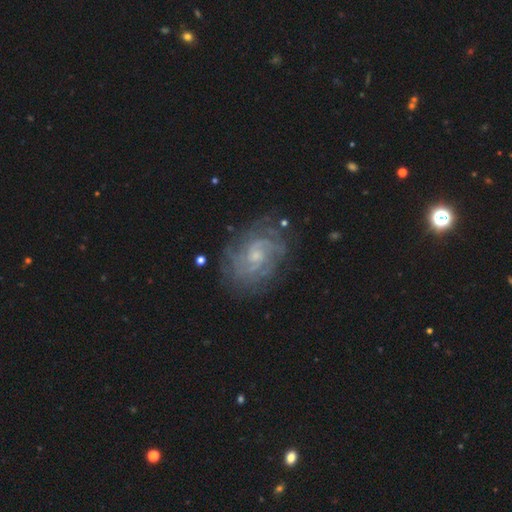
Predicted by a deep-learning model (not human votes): featured or disk 83%, smooth 9%, star or artifact 7%. Down the decision tree: edge-on disk — no (97%); bar — no (62%); spiral arms — yes (94%); spiral arm count — can't tell (34%); spiral winding — tight (54%); bulge size — small (62%); merging — none (75%).